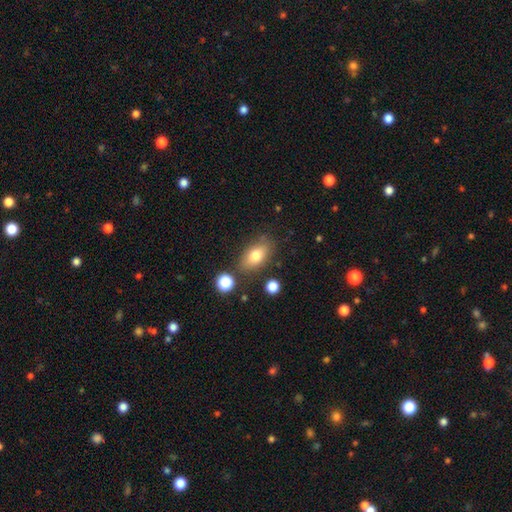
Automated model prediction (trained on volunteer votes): Smooth or featured: smooth — 76% (featured or disk — 15%)
How rounded: in between — 85% (round — 11%)
Merging: none — 77% (minor disturbance — 14%)